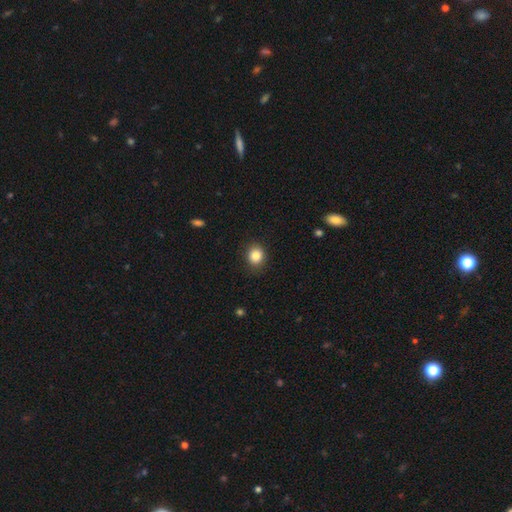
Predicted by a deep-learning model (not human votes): Smooth or featured? smooth (86%)
How rounded? round (77%)
Merging? none (87%)